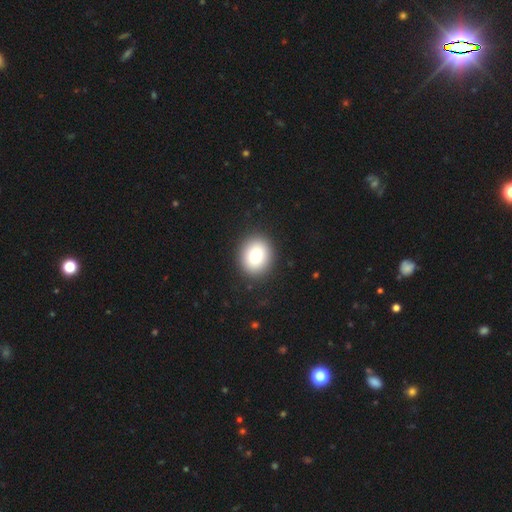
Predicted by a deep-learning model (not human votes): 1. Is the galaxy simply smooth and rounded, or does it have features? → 81% smooth, 9% star or artifact, 9% featured or disk.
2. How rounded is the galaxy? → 62% round, 37% in between, 1% cigar-shaped.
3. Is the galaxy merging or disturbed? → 91% none, 6% minor disturbance, 2% major disturbance, 1% merger.